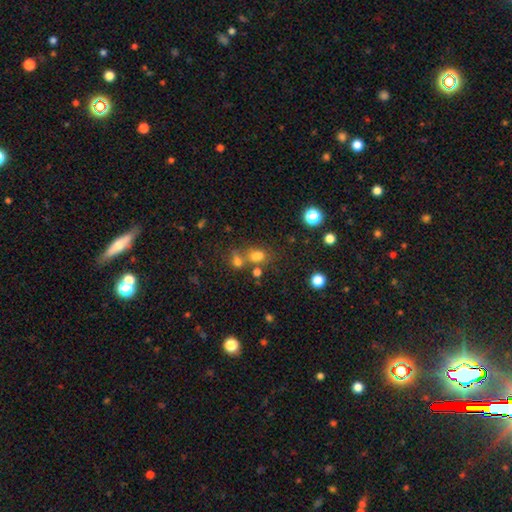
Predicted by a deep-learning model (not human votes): smooth_or_featured: smooth (p=0.55) [alt: star or artifact p=0.32]
how_rounded: round (p=0.74) [alt: in between p=0.23]
merging: none (p=0.51) [alt: merger p=0.37]